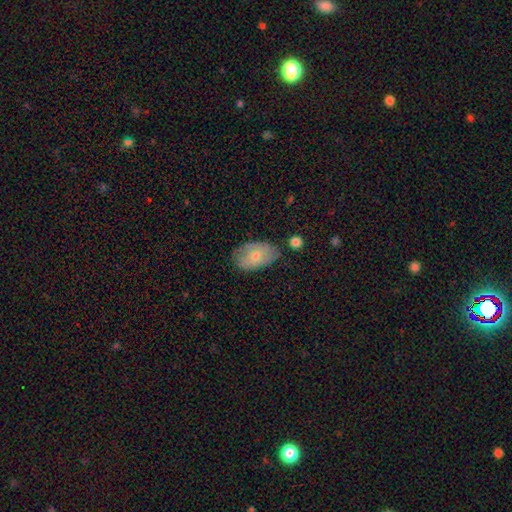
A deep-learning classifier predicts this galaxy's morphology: Overall: smooth (65%; featured or disk 29%). How rounded: in between (91%). Merging: none (65%).